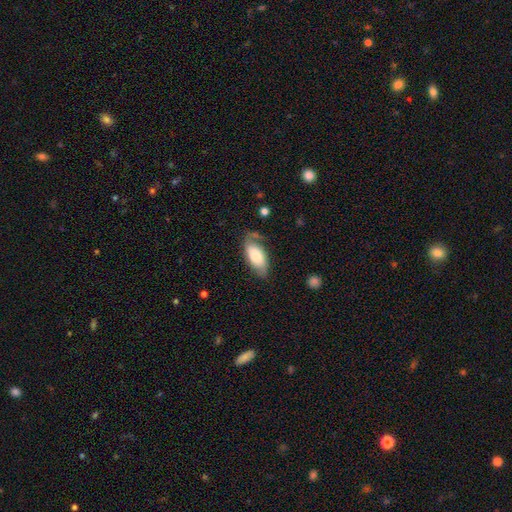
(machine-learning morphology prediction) Smooth or featured?
  - smooth: 58% *
  - featured or disk: 35%
  - star or artifact: 6%
How rounded?
  - in between: 91% *
  - cigar-shaped: 7%
  - round: 3%
Merging?
  - none: 59% *
  - minor disturbance: 26%
  - major disturbance: 11%
  - merger: 4%